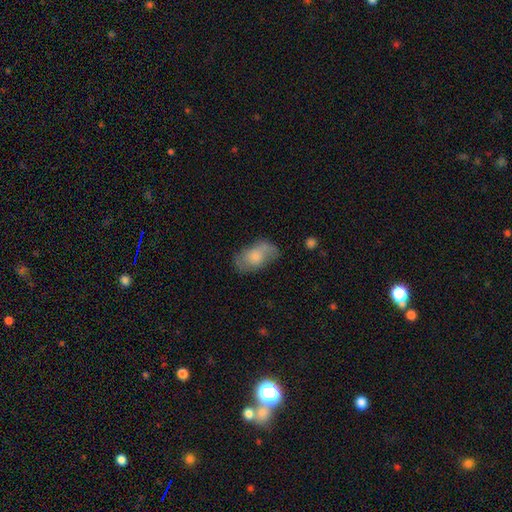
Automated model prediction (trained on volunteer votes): Smooth or featured?
  - smooth: 63% *
  - featured or disk: 30%
  - star or artifact: 7%
How rounded?
  - in between: 91% *
  - round: 6%
  - cigar-shaped: 2%
Merging?
  - none: 57% *
  - minor disturbance: 28%
  - major disturbance: 12%
  - merger: 4%